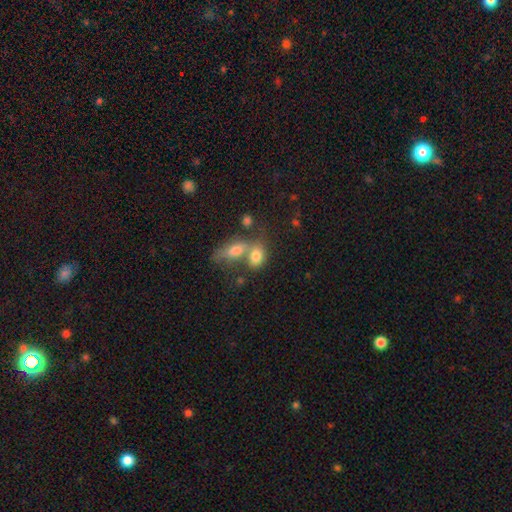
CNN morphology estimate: A smooth galaxy with no disk features (78%) that is in between round and cigar-shaped (75%). Merging: merger (51%).